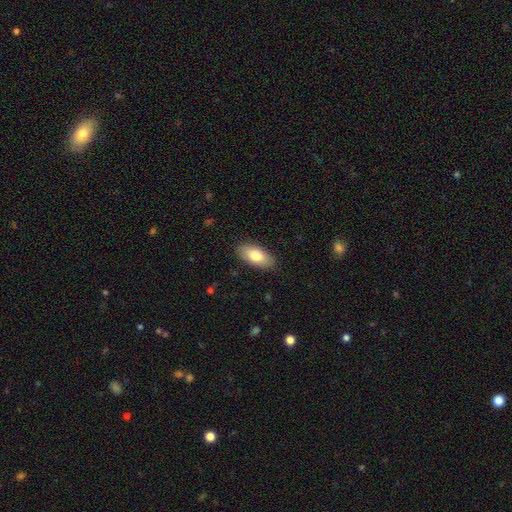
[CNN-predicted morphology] This is likely a smooth galaxy (79%). How rounded: clearly in between (90%). Merging: clearly none (87%).